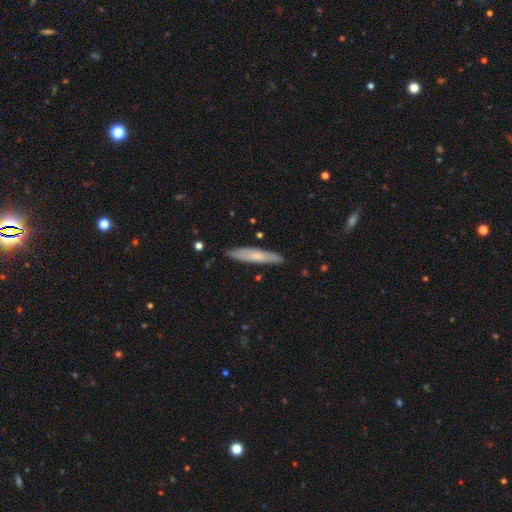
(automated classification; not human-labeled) Morphology: type=smooth (65%); roundness=cigar-shaped (90%); merging=none (87%).